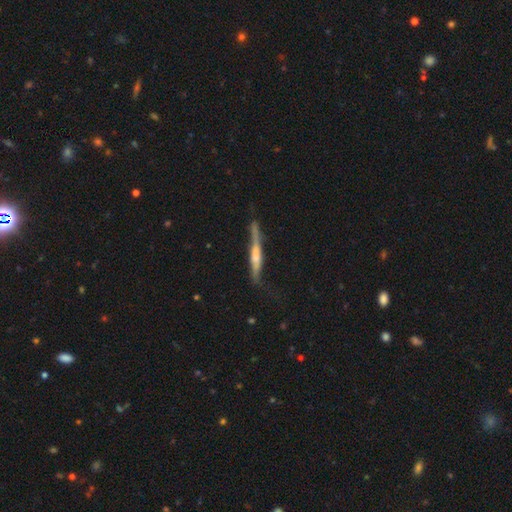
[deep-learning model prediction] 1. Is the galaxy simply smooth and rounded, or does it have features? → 57% featured or disk, 38% smooth, 6% star or artifact.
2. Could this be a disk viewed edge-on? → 90% yes, 10% no.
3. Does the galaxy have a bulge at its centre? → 42% rounded, 30% none, 28% boxy.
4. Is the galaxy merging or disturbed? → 56% none, 28% minor disturbance, 12% major disturbance, 4% merger.